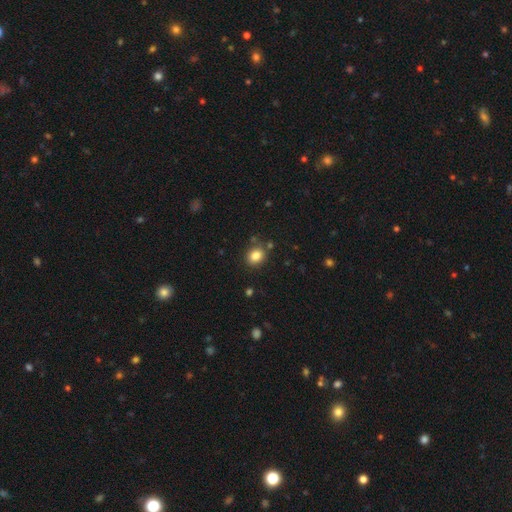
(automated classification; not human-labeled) This appears to be a smooth galaxy with no disk features (83%) that is round (61%). Merging: none (82%).